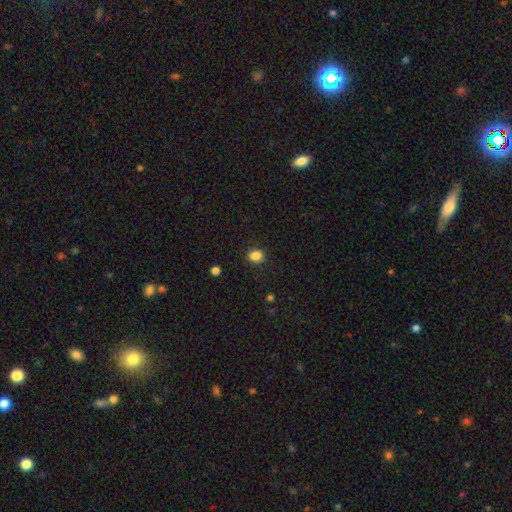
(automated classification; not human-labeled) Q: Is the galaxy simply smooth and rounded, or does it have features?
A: smooth — 85%.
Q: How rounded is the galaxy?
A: round — 72%.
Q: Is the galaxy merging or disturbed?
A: none — 90%.